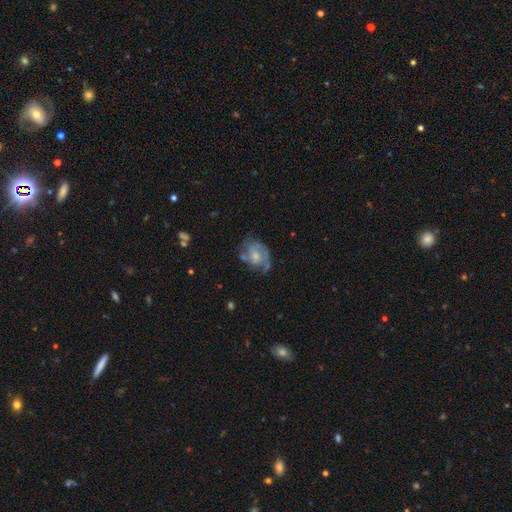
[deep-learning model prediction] featured or disk 69%, smooth 24%, star or artifact 7%. Down the decision tree: edge-on disk — no (97%); bar — no (64%); spiral arms — yes (82%); spiral arm count — 2 (44%); spiral winding — medium (42%); bulge size — small (48%); merging — none (49%).